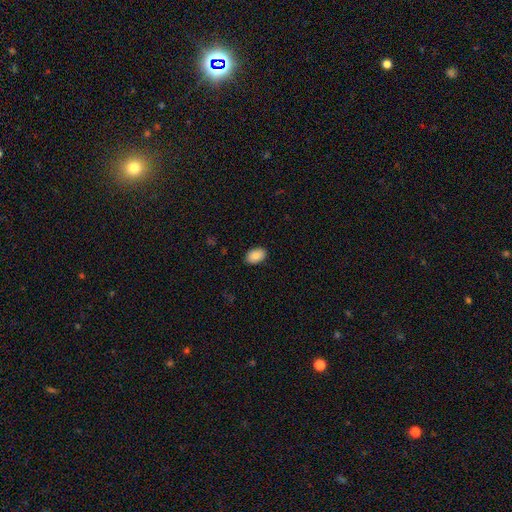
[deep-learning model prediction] The model was most divided on "merging": none: 89%, minor disturbance: 9%, major disturbance: 2%, merger: 1%. More confident: how rounded — in between (90%); smooth or featured — smooth (88%).